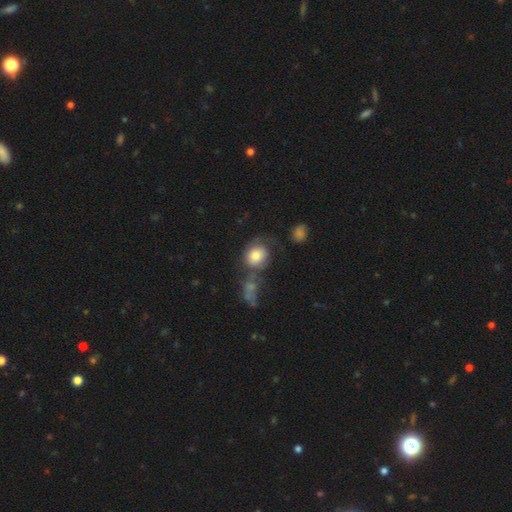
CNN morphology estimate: smooth-or-featured: smooth: 72% | featured or disk: 20% | star or artifact: 8%
  how-rounded: round: 68% | in between: 30% | cigar-shaped: 1%
  merging: none: 32% | merger: 30% | major disturbance: 20% | minor disturbance: 17%